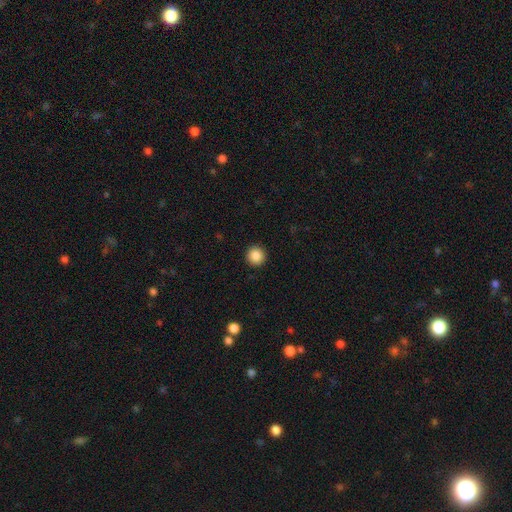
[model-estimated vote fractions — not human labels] A smooth galaxy with no disk features (88%) that is round (95%). Merging: none (93%).